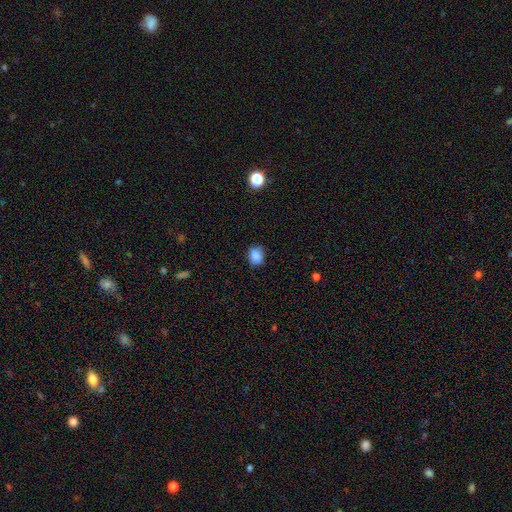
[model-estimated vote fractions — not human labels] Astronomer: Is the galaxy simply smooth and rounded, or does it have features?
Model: smooth — 85%.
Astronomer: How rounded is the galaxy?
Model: round — 52% (runner-up: in between, 47%).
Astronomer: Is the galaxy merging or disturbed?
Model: none — 76%.